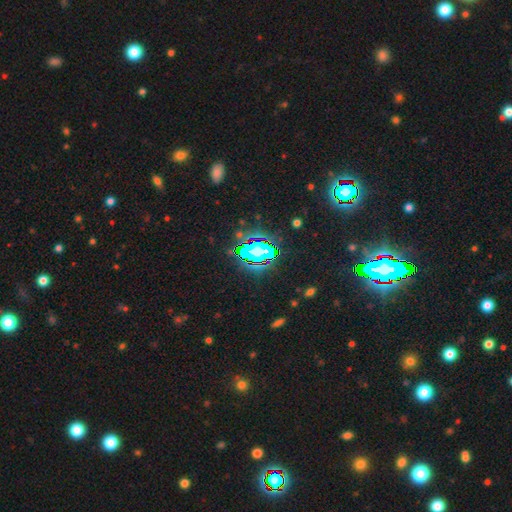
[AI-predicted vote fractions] Smooth or featured: star or artifact — 83% (smooth — 10%)